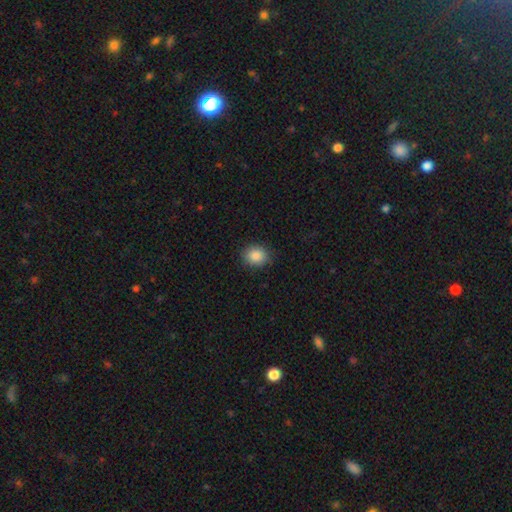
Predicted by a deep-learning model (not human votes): Morphology: type=smooth (87%); roundness=round (71%); merging=none (87%).